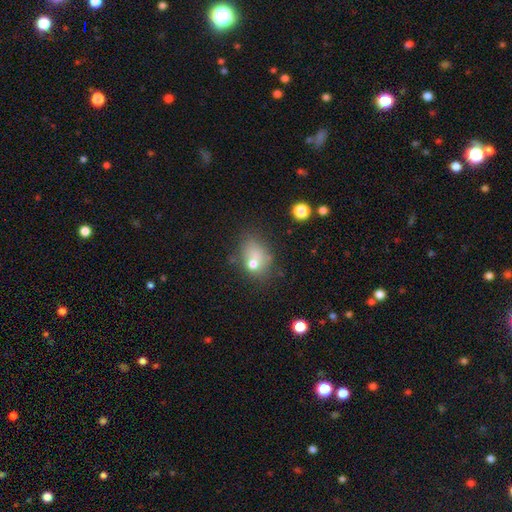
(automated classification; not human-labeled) Smooth or featured: smooth — 66% (featured or disk — 18%)
How rounded: in between — 59% (round — 39%)
Merging: none — 41% (minor disturbance — 23%)